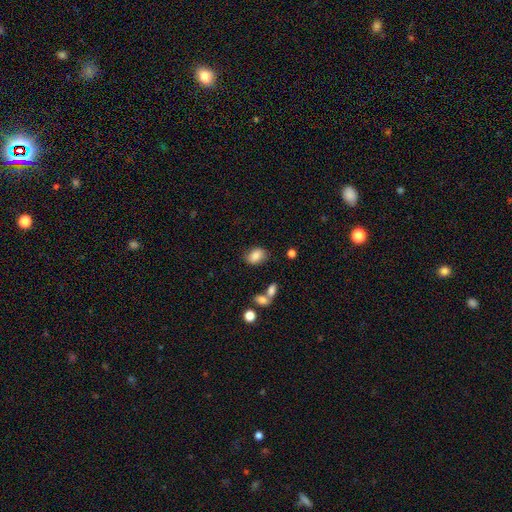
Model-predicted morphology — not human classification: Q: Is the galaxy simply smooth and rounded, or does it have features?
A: smooth — 83%.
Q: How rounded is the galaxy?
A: in between — 80%.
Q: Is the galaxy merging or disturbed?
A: none — 74%.